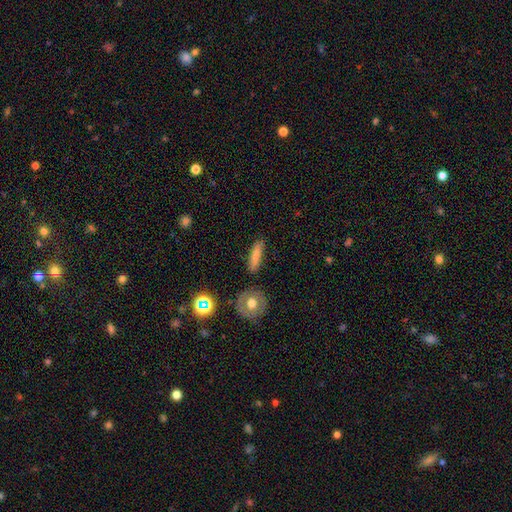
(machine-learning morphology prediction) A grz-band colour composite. It shows a smooth galaxy with no disk features (74%) that is cigar-shaped (68%). Merging: none (83%).